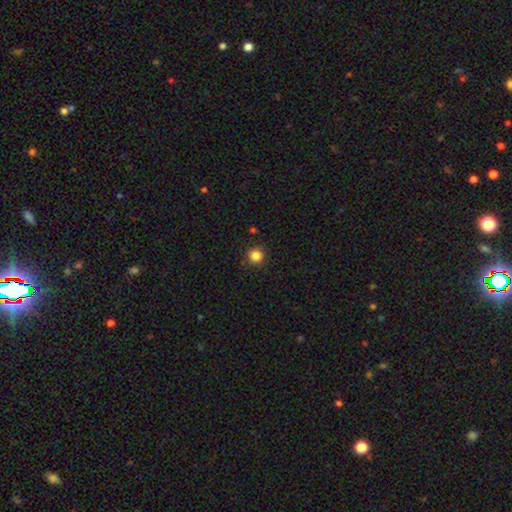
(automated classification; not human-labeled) Smooth or featured? smooth (85%)
How rounded? round (95%)
Merging? none (91%)